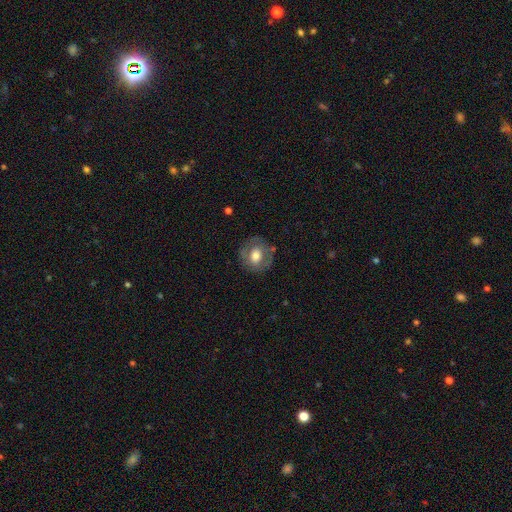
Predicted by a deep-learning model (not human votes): Smooth or featured? Predicted: smooth (p=0.56). How rounded? Predicted: round (p=0.82). Merging? Predicted: none (p=0.78).